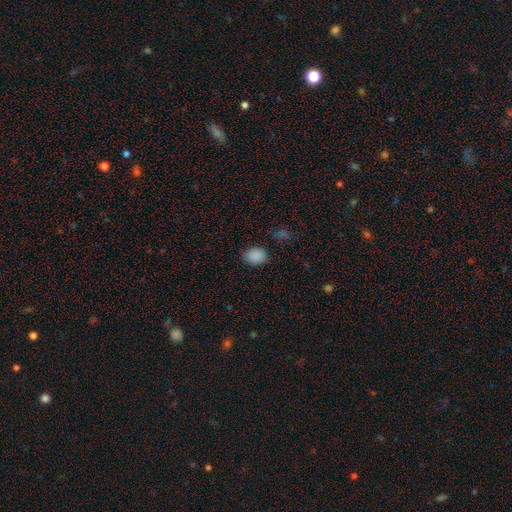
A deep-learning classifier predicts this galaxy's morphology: smooth-or-featured: smooth: 87% | star or artifact: 10% | featured or disk: 3%
  how-rounded: round: 51% | in between: 48% | cigar-shaped: 1%
  merging: none: 85% | minor disturbance: 11% | major disturbance: 3% | merger: 2%